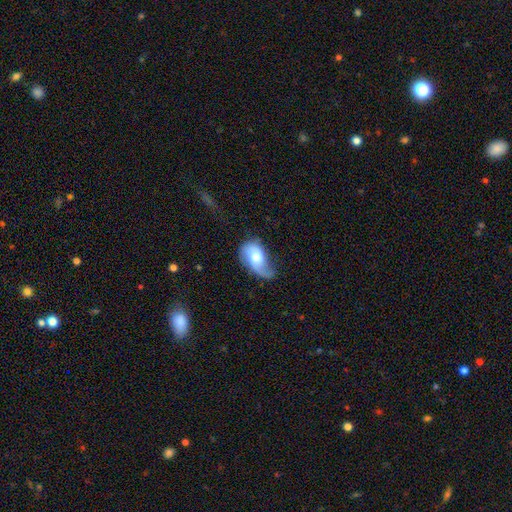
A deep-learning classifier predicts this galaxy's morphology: The model was most divided on "merging": minor disturbance: 35%, none: 34%, major disturbance: 28%, merger: 3%. More confident: edge-on disk — no (95%); smooth or featured — featured or disk (50%).